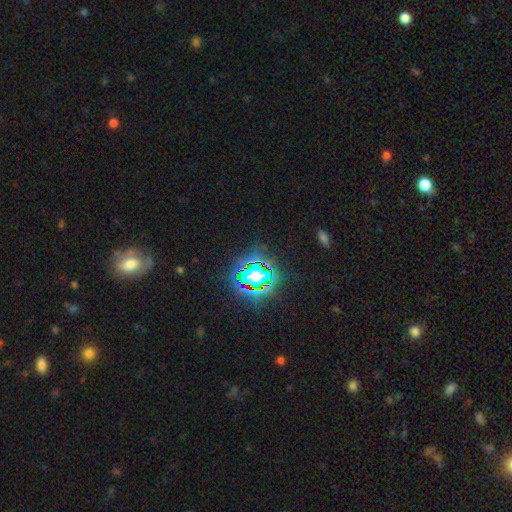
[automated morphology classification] A star or artifact, not a galaxy (78%).